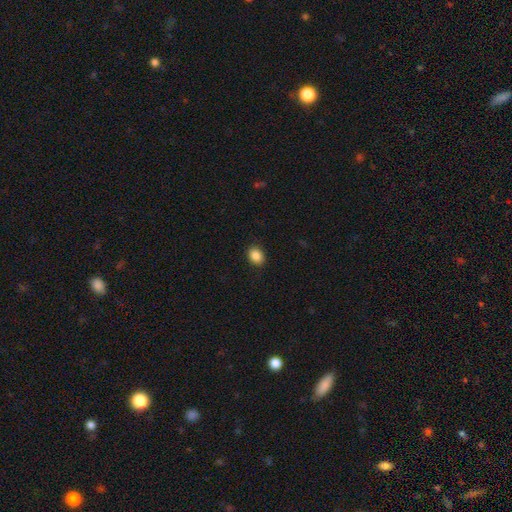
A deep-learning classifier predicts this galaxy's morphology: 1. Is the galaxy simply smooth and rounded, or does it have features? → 87% smooth, 9% star or artifact, 4% featured or disk.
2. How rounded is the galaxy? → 56% in between, 43% round, 1% cigar-shaped.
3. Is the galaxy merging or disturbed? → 89% none, 8% minor disturbance, 2% major disturbance, 1% merger.